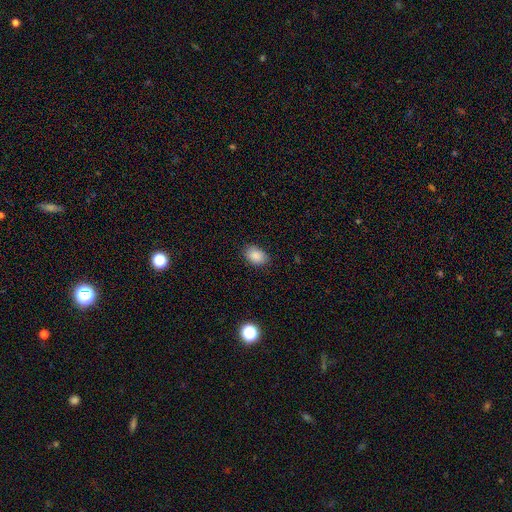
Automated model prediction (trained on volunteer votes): smooth_or_featured: smooth (p=0.88) [alt: star or artifact p=0.09]
how_rounded: in between (p=0.79) [alt: round p=0.20]
merging: none (p=0.85) [alt: minor disturbance p=0.12]